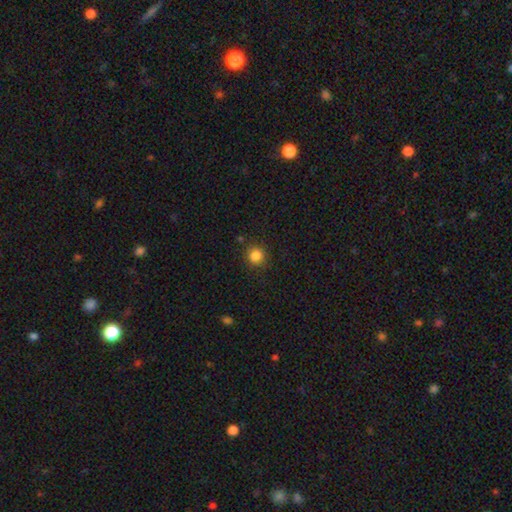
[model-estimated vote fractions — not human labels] smooth-or-featured: smooth: 84% | star or artifact: 11% | featured or disk: 4%
  how-rounded: round: 93% | in between: 7% | cigar-shaped: 1%
  merging: none: 89% | minor disturbance: 7% | major disturbance: 2% | merger: 2%